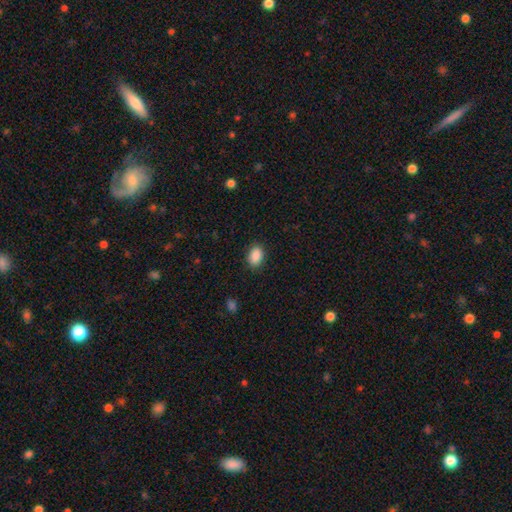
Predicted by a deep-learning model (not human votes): The model was most divided on "how rounded": in between: 85%, round: 14%, cigar-shaped: 1%. More confident: smooth or featured — smooth (89%); merging — none (87%).